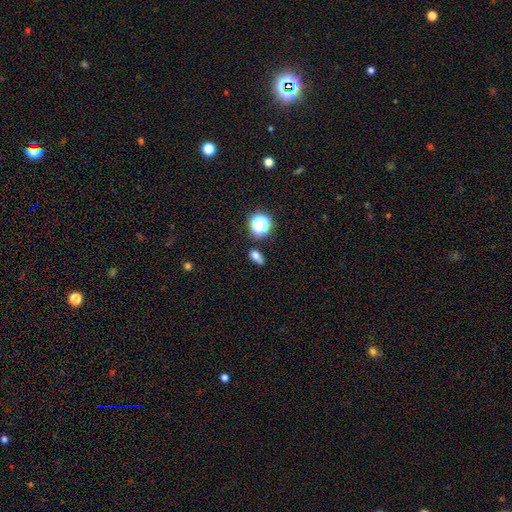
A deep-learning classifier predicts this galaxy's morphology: A smooth galaxy with no disk features (73%) that is in between round and cigar-shaped (72%). Merging: none (63%).